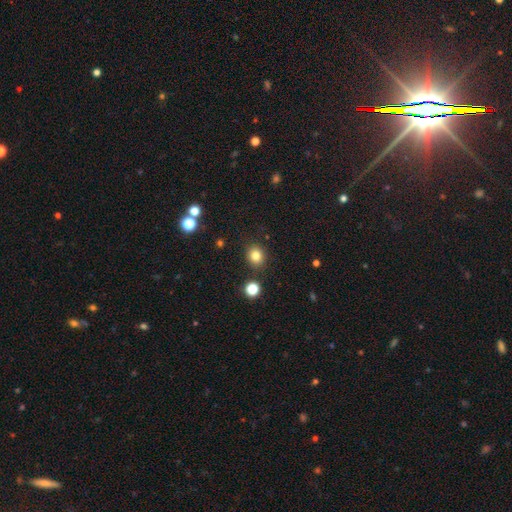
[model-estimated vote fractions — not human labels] smooth 81%, star or artifact 13%, featured or disk 6%. Down the decision tree: how rounded — round (72%); merging — none (86%).